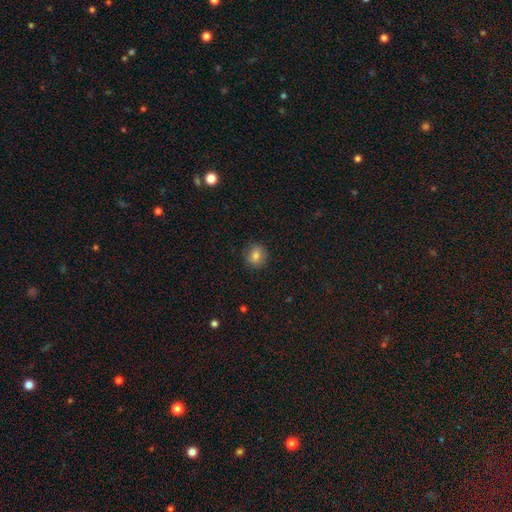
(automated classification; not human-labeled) Q: Smooth or featured?
A: smooth (81%); runner-up: star or artifact (11%)
Q: How rounded?
A: round (85%); runner-up: in between (14%)
Q: Merging?
A: none (87%); runner-up: minor disturbance (9%)